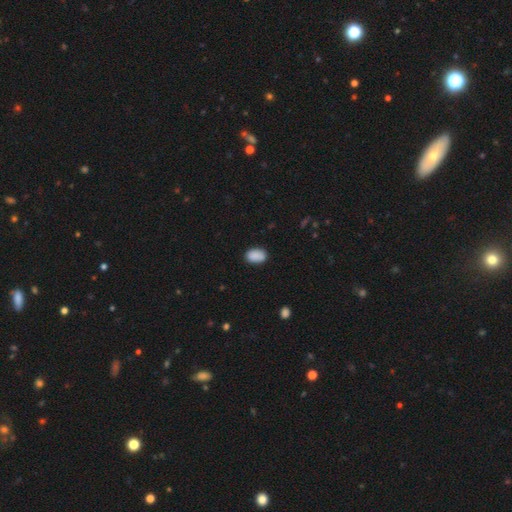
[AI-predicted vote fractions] Overall: smooth (90%). How rounded: in between (87%). Merging: none (85%).